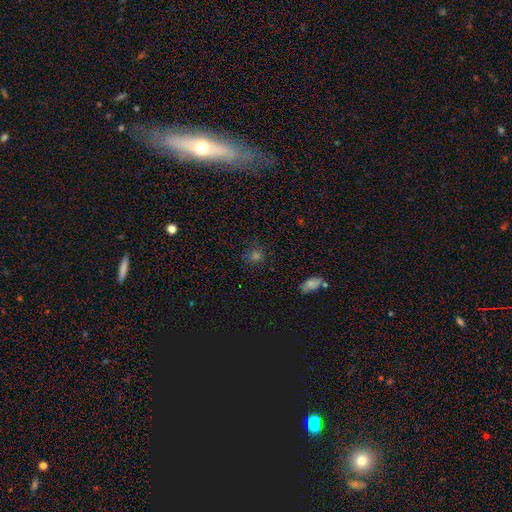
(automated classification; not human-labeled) Smooth or featured? smooth (59%)
How rounded? round (87%)
Merging? none (84%)